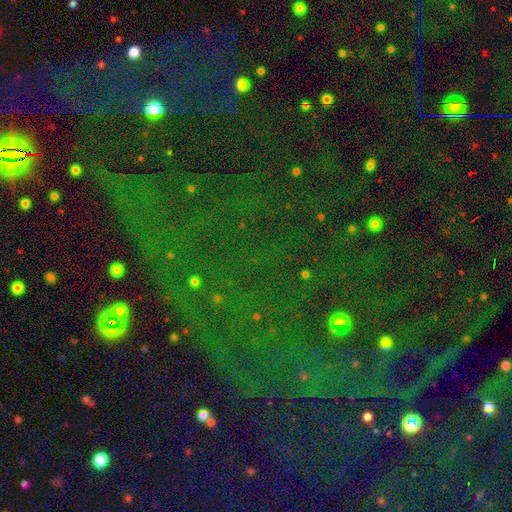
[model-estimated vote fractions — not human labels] Smooth or featured?
  - star or artifact: 79% *
  - smooth: 13%
  - featured or disk: 9%